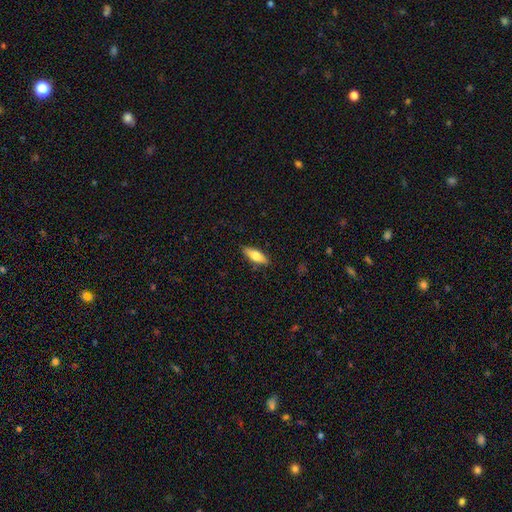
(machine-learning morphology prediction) Q: Smooth or featured?
A: smooth (70%); runner-up: featured or disk (24%)
Q: How rounded?
A: in between (66%); runner-up: cigar-shaped (32%)
Q: Merging?
A: none (87%); runner-up: minor disturbance (10%)